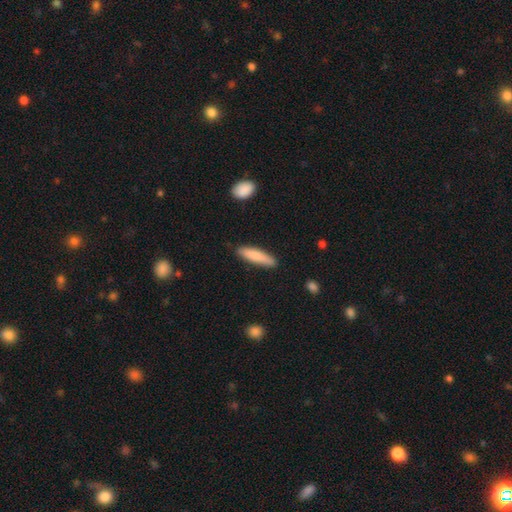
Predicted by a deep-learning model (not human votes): Morphology: type=smooth (82%); roundness=cigar-shaped (81%); merging=none (86%).